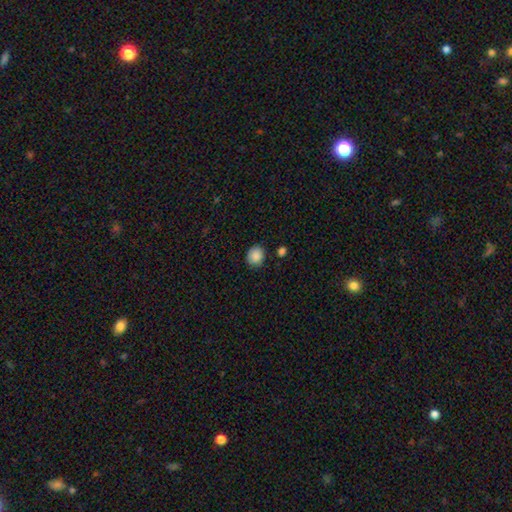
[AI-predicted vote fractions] Smooth or featured? smooth (88%)
How rounded? round (74%)
Merging? none (83%)